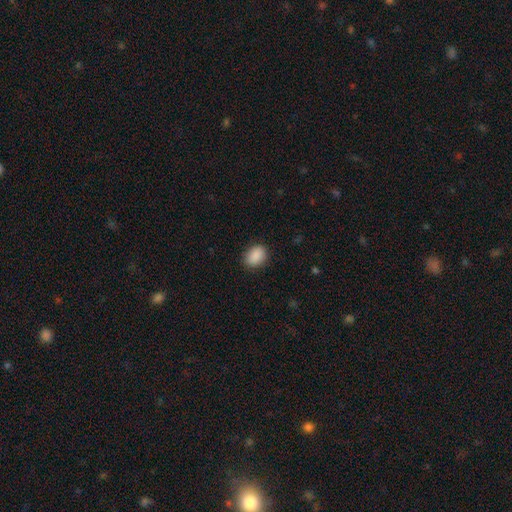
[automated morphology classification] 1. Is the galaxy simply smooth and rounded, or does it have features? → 90% smooth, 7% star or artifact, 3% featured or disk.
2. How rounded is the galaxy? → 67% in between, 32% round, 1% cigar-shaped.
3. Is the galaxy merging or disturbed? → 86% none, 10% minor disturbance, 3% major disturbance, 1% merger.